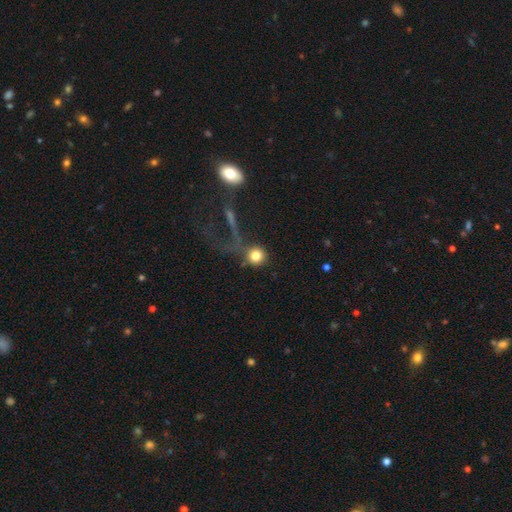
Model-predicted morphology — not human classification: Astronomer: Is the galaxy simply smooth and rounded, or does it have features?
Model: smooth — 79%.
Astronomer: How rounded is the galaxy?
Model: round — 91%.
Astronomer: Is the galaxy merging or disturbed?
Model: none — 55%.